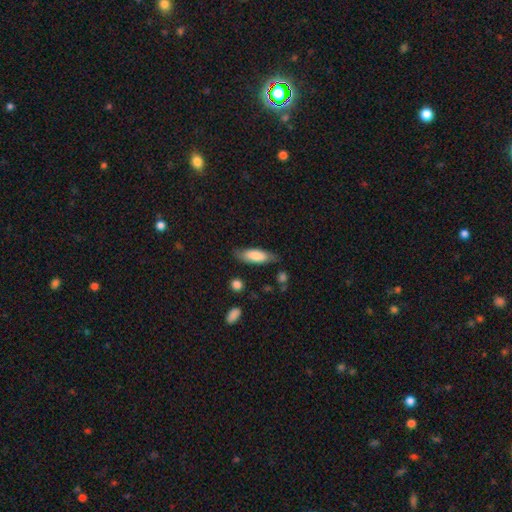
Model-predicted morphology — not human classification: A smooth galaxy with no disk features (76%) that is in between round and cigar-shaped (64%).

Vote fractions:
- Smooth or featured? smooth: 76% / featured or disk: 18% / star or artifact: 6%
- How rounded? in between: 64% / cigar-shaped: 34% / round: 2%
- Merging? none: 72% / minor disturbance: 20% / major disturbance: 5% / merger: 2%